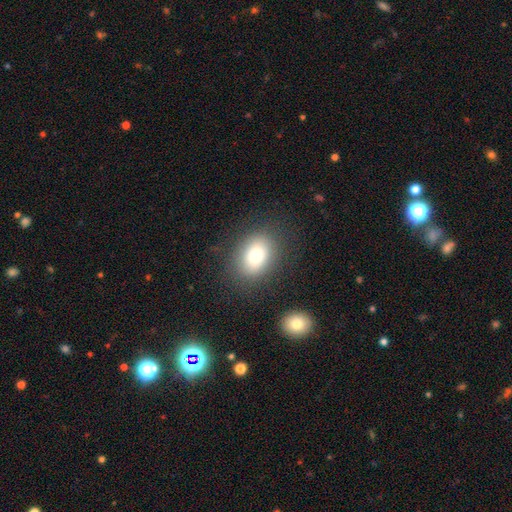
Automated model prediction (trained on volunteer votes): This appears to be a smooth galaxy with no disk features (82%) that is in between round and cigar-shaped (73%). Merging: none (82%).